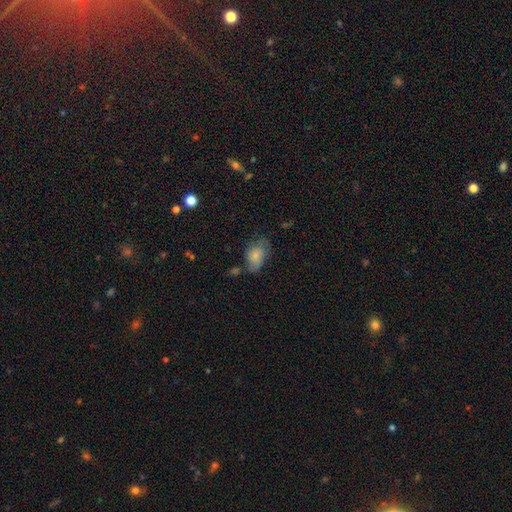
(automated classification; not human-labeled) The model was most divided on "merging": none: 41%, minor disturbance: 31%, major disturbance: 18%, merger: 10%. More confident: how rounded — in between (82%); smooth or featured — smooth (69%).